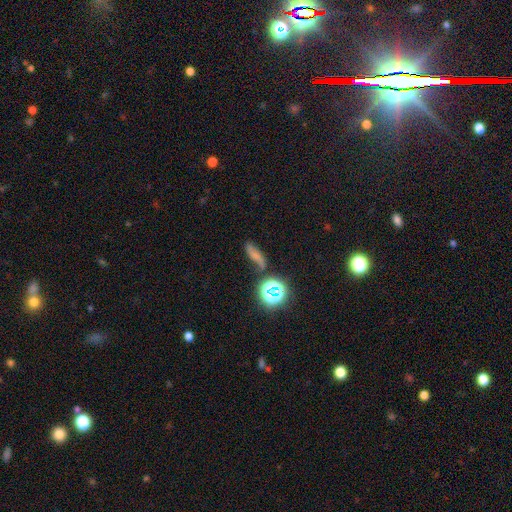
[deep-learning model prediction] Smooth or featured?
  - smooth: 46% *
  - featured or disk: 30%
  - star or artifact: 24%
Merging?
  - none: 58% *
  - minor disturbance: 23%
  - major disturbance: 11%
  - merger: 8%